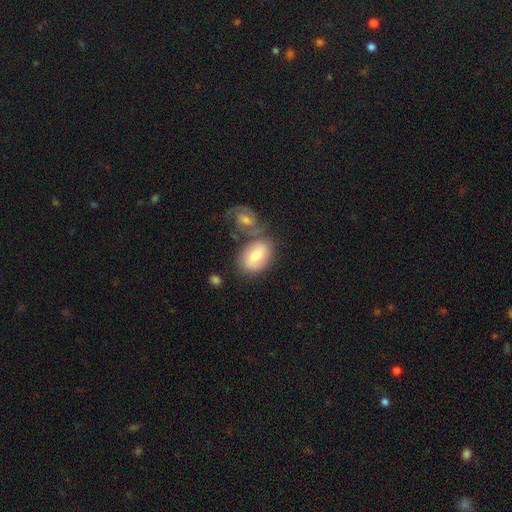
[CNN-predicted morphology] Smooth or featured? Predicted: smooth (p=0.64). How rounded? Predicted: in between (p=0.80). Merging? Predicted: none (p=0.51).